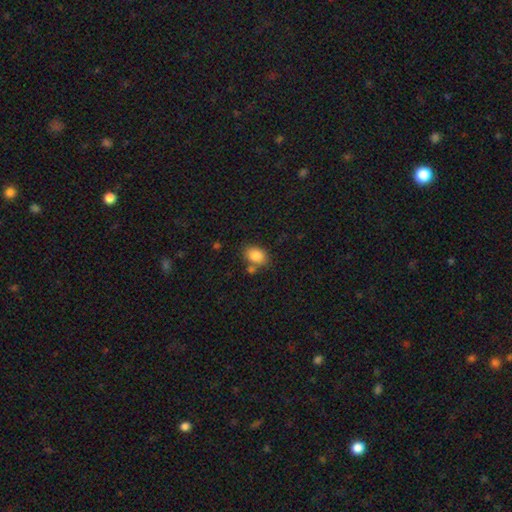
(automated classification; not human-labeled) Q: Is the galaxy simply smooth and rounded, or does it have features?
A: smooth — 84%.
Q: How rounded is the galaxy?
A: in between — 76%.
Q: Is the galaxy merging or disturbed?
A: none — 68%.